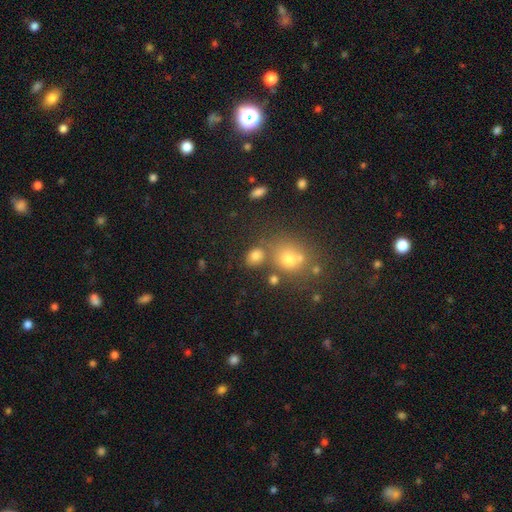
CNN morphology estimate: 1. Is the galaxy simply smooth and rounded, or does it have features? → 77% smooth, 15% star or artifact, 8% featured or disk.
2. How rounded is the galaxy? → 51% in between, 48% round, 1% cigar-shaped.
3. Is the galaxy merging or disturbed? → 66% none, 15% merger, 13% minor disturbance, 6% major disturbance.